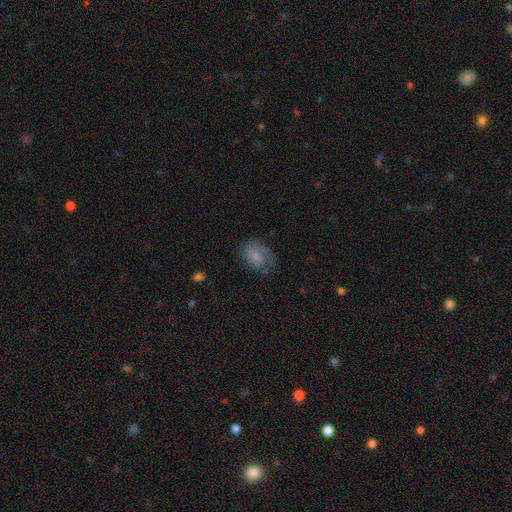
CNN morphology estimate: smooth_or_featured: smooth (p=0.49) [alt: featured or disk p=0.41]
merging: none (p=0.52) [alt: minor disturbance p=0.25]